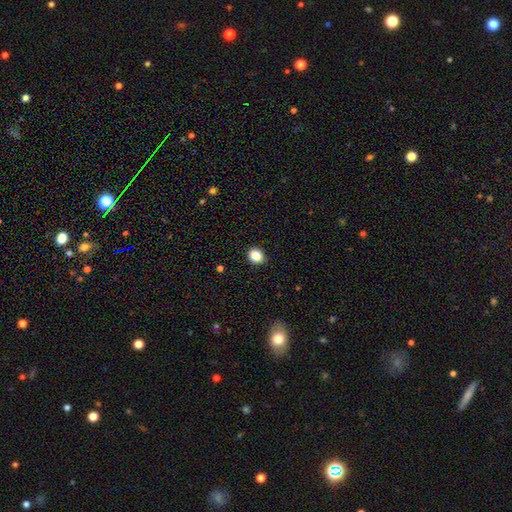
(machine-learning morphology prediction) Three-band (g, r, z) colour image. It shows a smooth galaxy with no disk features (84%) that is round (67%). Merging: none (90%).